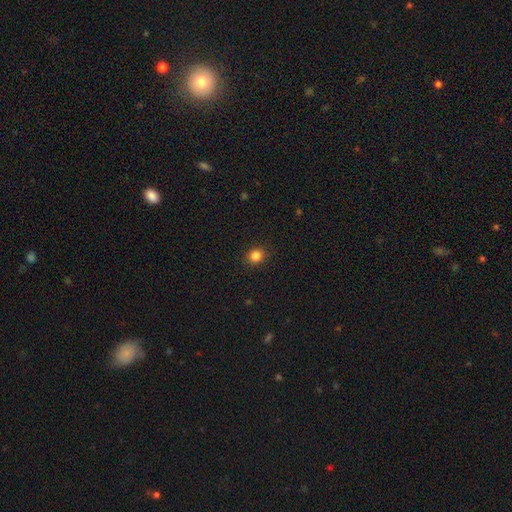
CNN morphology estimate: A smooth galaxy with no disk features (84%) that is round (80%).

Vote fractions:
- Smooth or featured? smooth: 84% / star or artifact: 12% / featured or disk: 4%
- How rounded? round: 80% / in between: 19% / cigar-shaped: 1%
- Merging? none: 90% / minor disturbance: 7% / major disturbance: 2% / merger: 1%